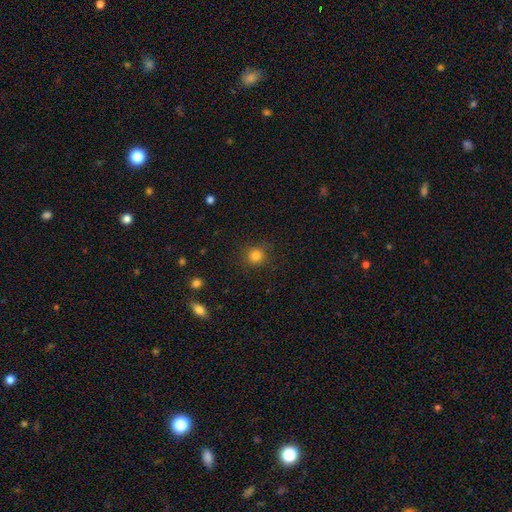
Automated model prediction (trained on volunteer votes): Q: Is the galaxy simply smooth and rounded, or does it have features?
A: smooth — 83%.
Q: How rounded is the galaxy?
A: round — 88%.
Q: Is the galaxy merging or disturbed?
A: none — 86%.